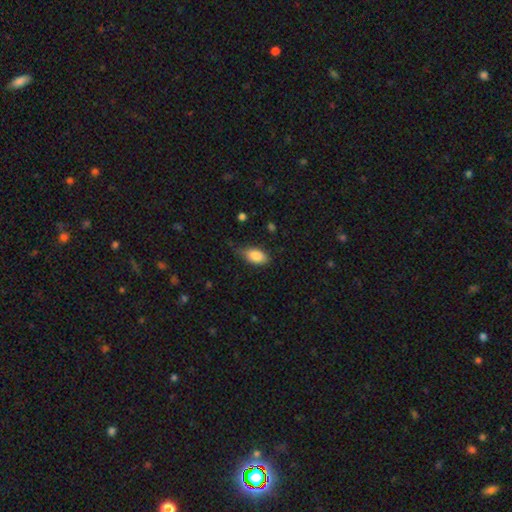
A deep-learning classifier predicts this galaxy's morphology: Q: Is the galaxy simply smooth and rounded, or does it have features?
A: smooth — 85%.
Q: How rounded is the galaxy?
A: in between — 91%.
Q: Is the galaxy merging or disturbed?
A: none — 61%.